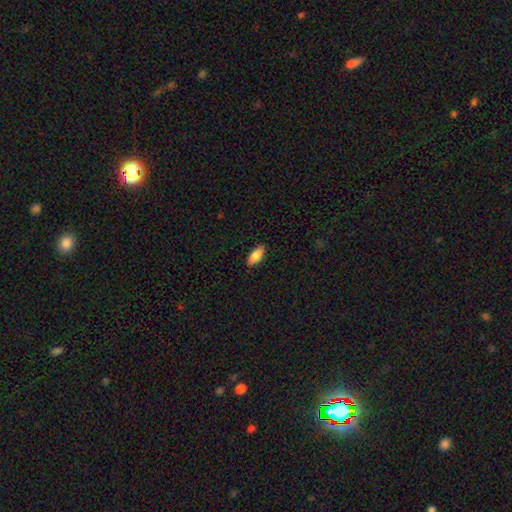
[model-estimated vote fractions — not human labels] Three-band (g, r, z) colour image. It shows a smooth galaxy with no disk features (87%) that is in between round and cigar-shaped (86%). Merging: none (87%).